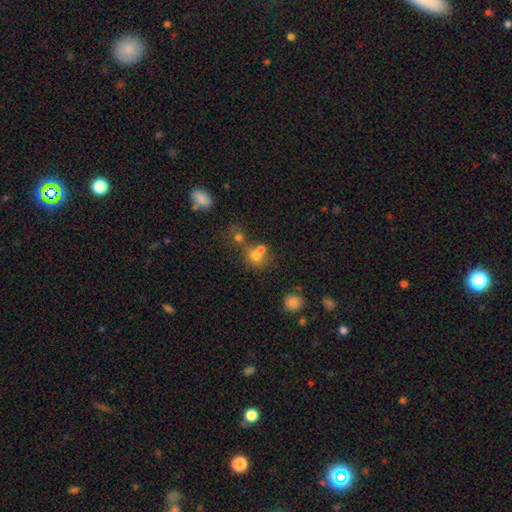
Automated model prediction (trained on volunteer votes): A smooth galaxy with no disk features (69%) that is round (77%).

Vote fractions:
- Smooth or featured? smooth: 69% / star or artifact: 16% / featured or disk: 15%
- How rounded? round: 77% / in between: 22% / cigar-shaped: 1%
- Merging? merger: 46% / none: 40% / minor disturbance: 8% / major disturbance: 5%